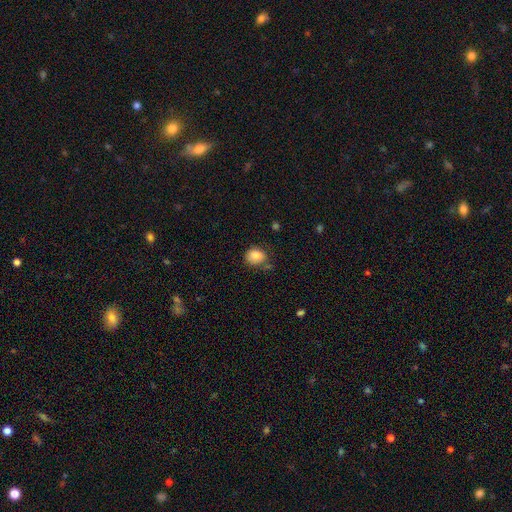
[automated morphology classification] smooth 84%, star or artifact 9%, featured or disk 7%. Down the decision tree: how rounded — round (58%); merging — none (67%).